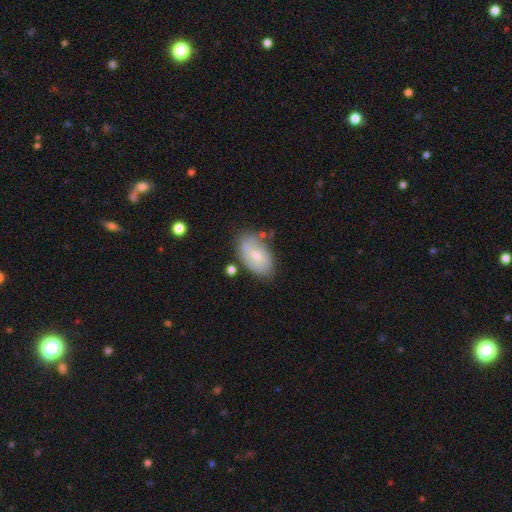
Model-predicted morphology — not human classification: Smooth or featured?
  - smooth: 56% *
  - featured or disk: 37%
  - star or artifact: 7%
How rounded?
  - in between: 91% *
  - round: 7%
  - cigar-shaped: 2%
Merging?
  - none: 67% *
  - minor disturbance: 22%
  - merger: 6%
  - major disturbance: 6%